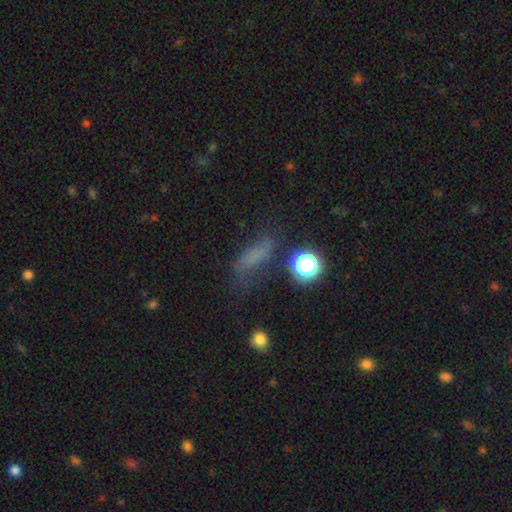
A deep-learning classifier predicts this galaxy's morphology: A smooth galaxy with no disk features (56%) that is in between round and cigar-shaped (48%). Merging: none (50%).